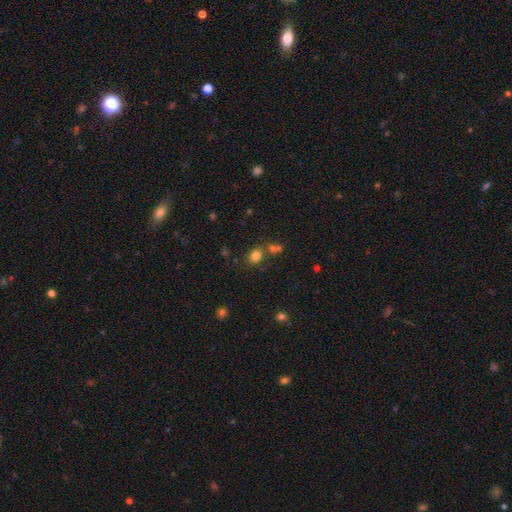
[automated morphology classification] Smooth or featured? Predicted: smooth (p=0.79). How rounded? Predicted: round (p=0.51). Merging? Predicted: none (p=0.66).